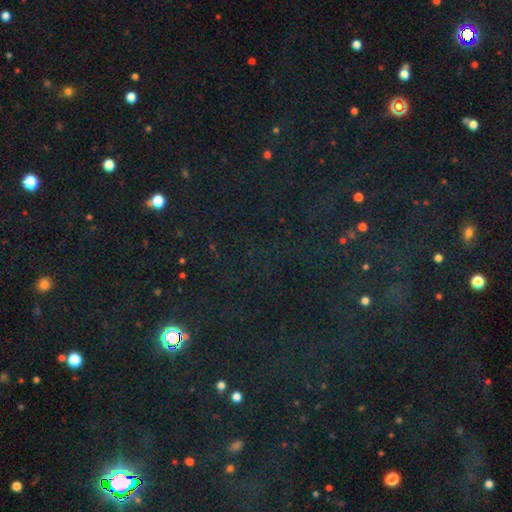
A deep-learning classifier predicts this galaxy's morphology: smooth_or_featured: star or artifact (p=0.79) [alt: smooth p=0.14]